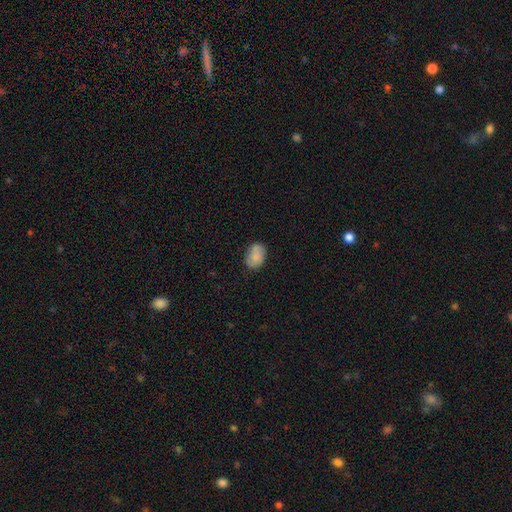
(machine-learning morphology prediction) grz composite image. It shows a smooth galaxy with no disk features (80%) that is in between round and cigar-shaped (81%). Merging: none (75%).